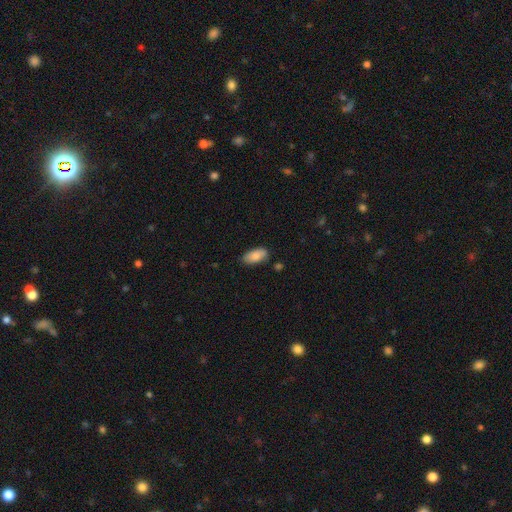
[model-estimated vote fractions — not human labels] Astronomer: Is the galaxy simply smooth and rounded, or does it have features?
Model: smooth — 84%.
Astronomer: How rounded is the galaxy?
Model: in between — 91%.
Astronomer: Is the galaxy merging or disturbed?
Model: none — 78%.